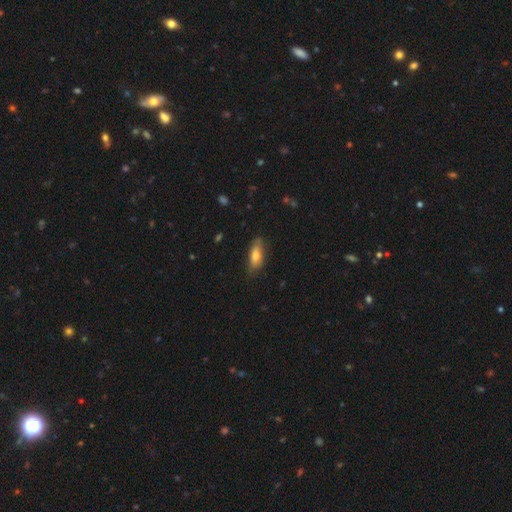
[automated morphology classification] This appears to be a smooth galaxy with no disk features (71%) that is in between round and cigar-shaped (73%). Merging: none (75%).